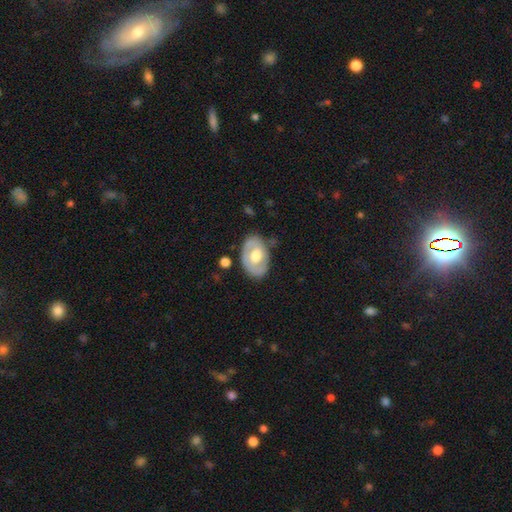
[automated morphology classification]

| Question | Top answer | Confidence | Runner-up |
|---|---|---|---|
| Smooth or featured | featured or disk | 53% | smooth (42%) |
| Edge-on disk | no | 92% | yes (8%) |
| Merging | none | 70% | minor disturbance (21%) |